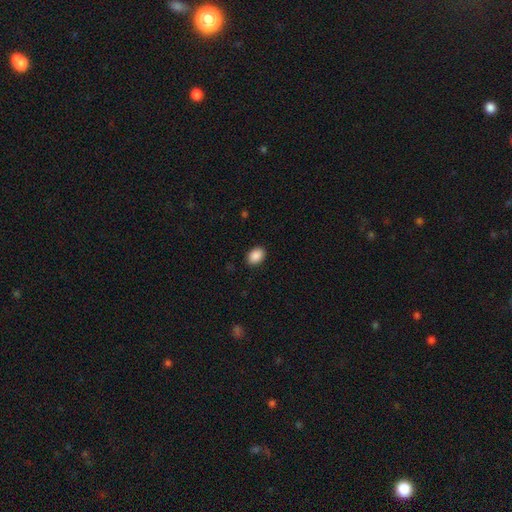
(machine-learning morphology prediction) A smooth galaxy with no disk features (90%) that is in between round and cigar-shaped (78%).

Vote fractions:
- Smooth or featured? smooth: 90% / star or artifact: 8% / featured or disk: 3%
- How rounded? in between: 78% / round: 21% / cigar-shaped: 1%
- Merging? none: 90% / minor disturbance: 7% / major disturbance: 2% / merger: 1%